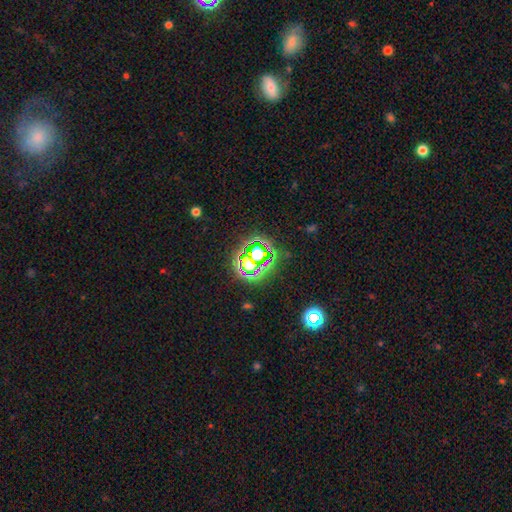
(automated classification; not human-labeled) star or artifact 68%, smooth 19%, featured or disk 13%.